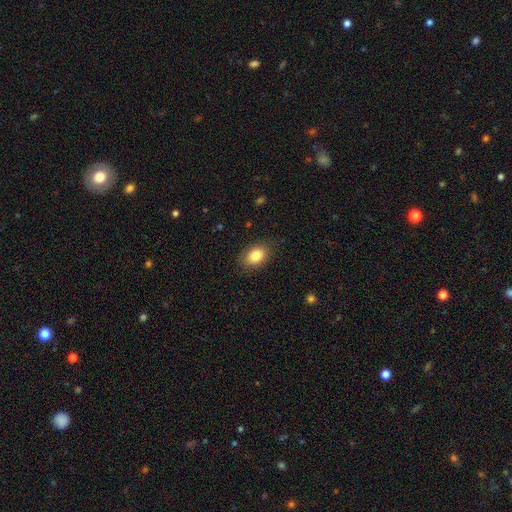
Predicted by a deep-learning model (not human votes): This is clearly a smooth galaxy (84%). How rounded: clearly in between (81%). Merging: clearly none (83%).